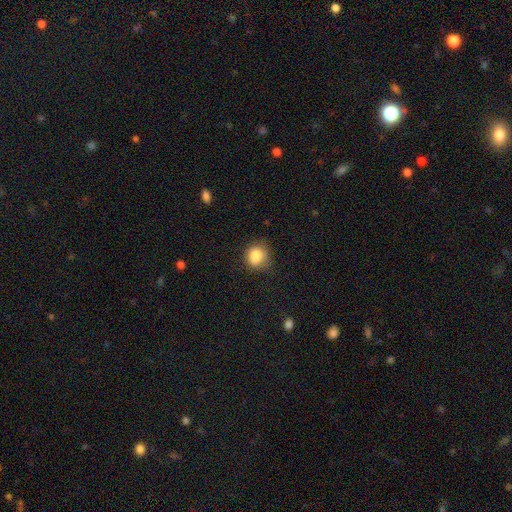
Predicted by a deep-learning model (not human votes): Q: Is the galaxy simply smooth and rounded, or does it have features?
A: smooth — 84%.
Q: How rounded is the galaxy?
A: round — 78%.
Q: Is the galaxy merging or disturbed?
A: none — 70%.